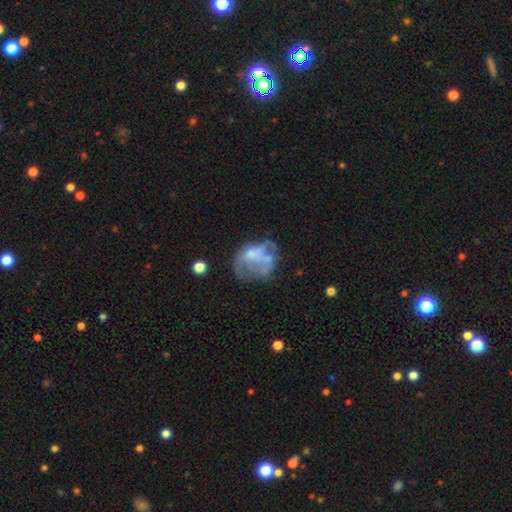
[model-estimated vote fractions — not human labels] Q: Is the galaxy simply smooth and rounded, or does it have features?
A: featured or disk — 60%.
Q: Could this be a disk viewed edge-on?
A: no — 98%.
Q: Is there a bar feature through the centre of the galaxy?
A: no — 85%.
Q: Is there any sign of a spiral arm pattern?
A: no — 80%.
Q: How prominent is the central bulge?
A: none — 51%.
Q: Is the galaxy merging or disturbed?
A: major disturbance — 34%, tied with none.